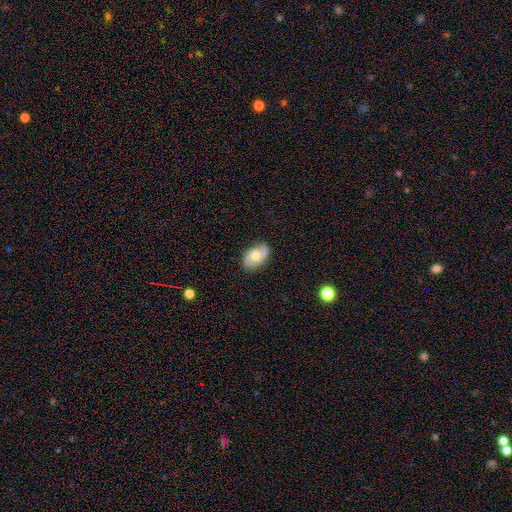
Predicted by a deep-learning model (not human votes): Overall: smooth (47%, tied with featured or disk). Merging: none (76%).